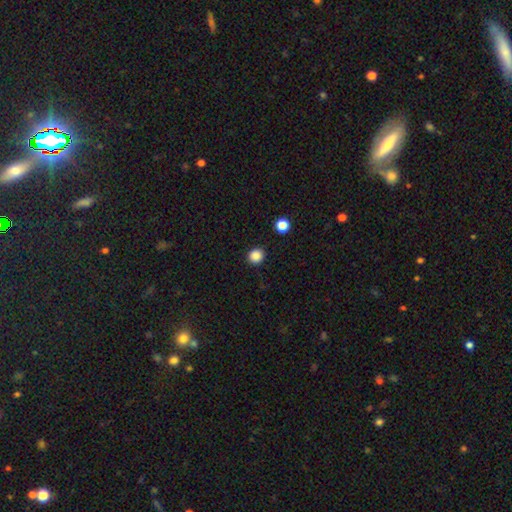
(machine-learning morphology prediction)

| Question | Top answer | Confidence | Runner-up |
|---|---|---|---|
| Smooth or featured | smooth | 86% | star or artifact (11%) |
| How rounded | round | 89% | in between (10%) |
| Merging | none | 91% | minor disturbance (5%) |